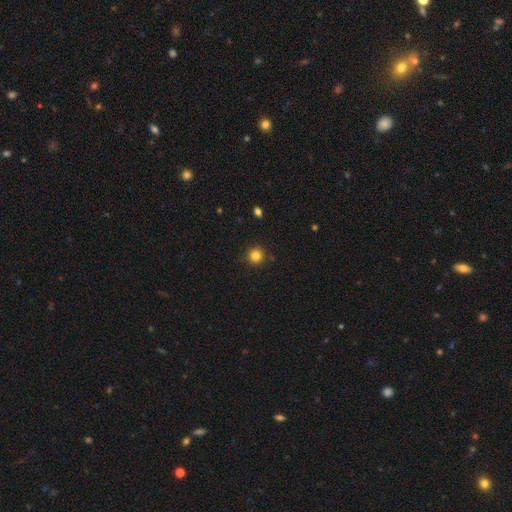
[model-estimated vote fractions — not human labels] The model was most divided on "smooth or featured": smooth: 83%, star or artifact: 12%, featured or disk: 5%. More confident: how rounded — round (94%); merging — none (90%).